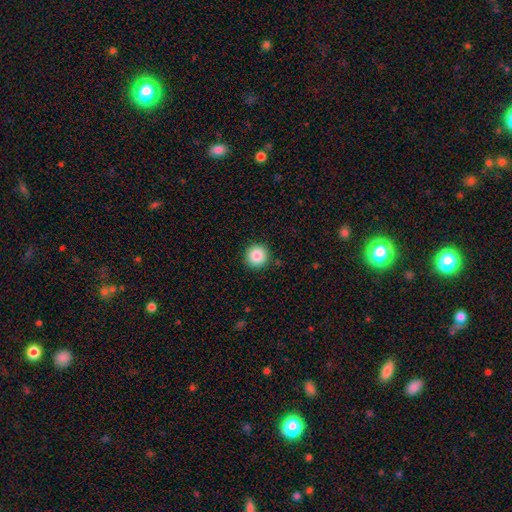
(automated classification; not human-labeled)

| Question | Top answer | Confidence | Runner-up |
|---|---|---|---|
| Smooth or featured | smooth | 86% | star or artifact (9%) |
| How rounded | round | 96% | in between (3%) |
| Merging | none | 91% | minor disturbance (6%) |